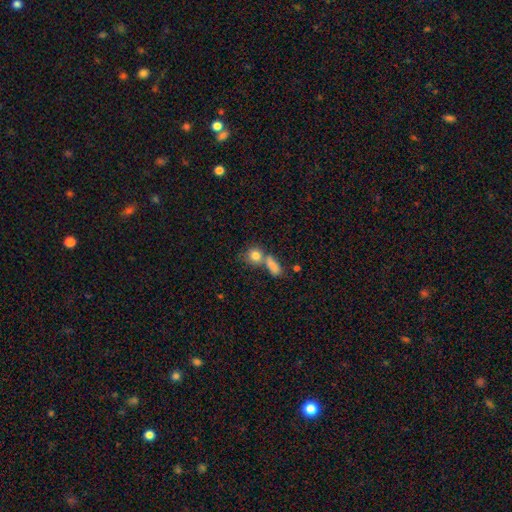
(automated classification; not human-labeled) This appears to be a smooth galaxy with no disk features (81%) that is round (75%). Merging: none (44%).